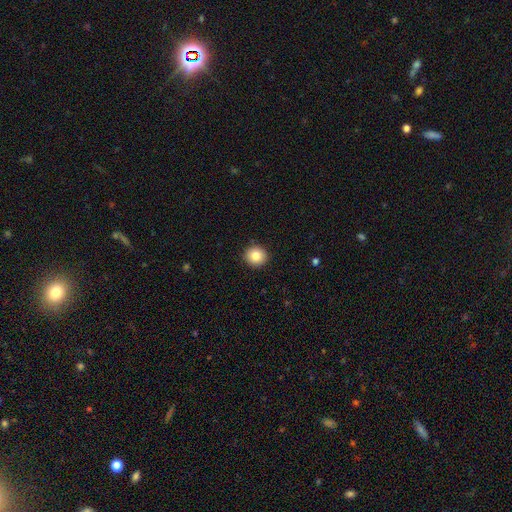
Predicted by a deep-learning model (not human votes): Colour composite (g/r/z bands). It shows a smooth galaxy with no disk features (83%) that is round (90%). Merging: none (92%).